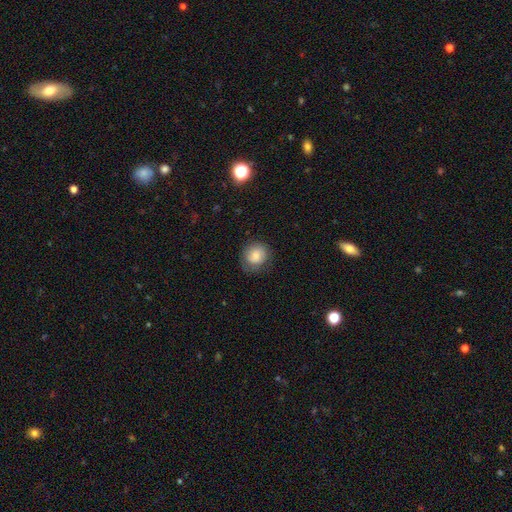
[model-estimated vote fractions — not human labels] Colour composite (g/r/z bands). It shows a smooth galaxy with no disk features (79%) that is round (80%). Merging: none (75%).